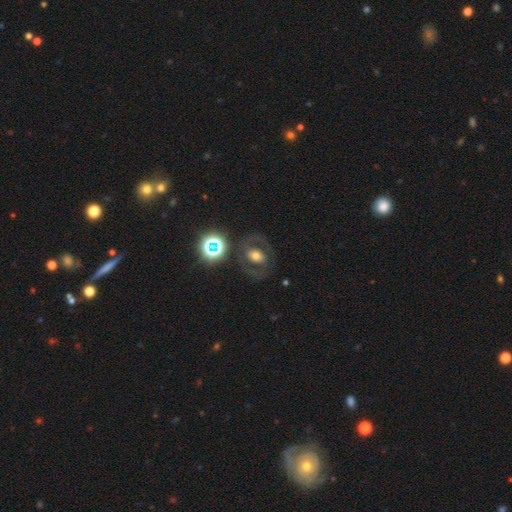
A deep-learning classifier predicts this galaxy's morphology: featured or disk 52%, smooth 34%, star or artifact 14%. Down the decision tree: edge-on disk — no (95%); merging — none (74%).